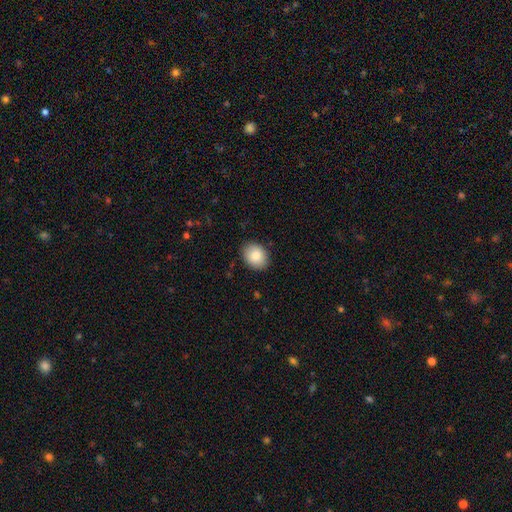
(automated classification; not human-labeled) Smooth or featured?
  - smooth: 84% *
  - featured or disk: 8%
  - star or artifact: 7%
How rounded?
  - in between: 57% *
  - round: 42%
  - cigar-shaped: 1%
Merging?
  - none: 88% *
  - minor disturbance: 9%
  - major disturbance: 2%
  - merger: 1%